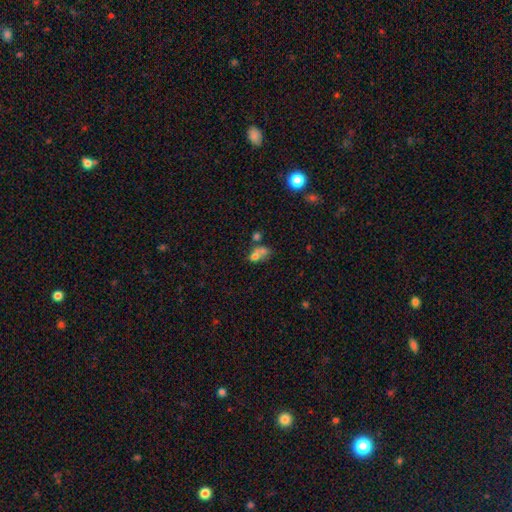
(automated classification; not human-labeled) Smooth or featured? smooth (60%)
How rounded? in between (53%)
Merging? merger (57%)